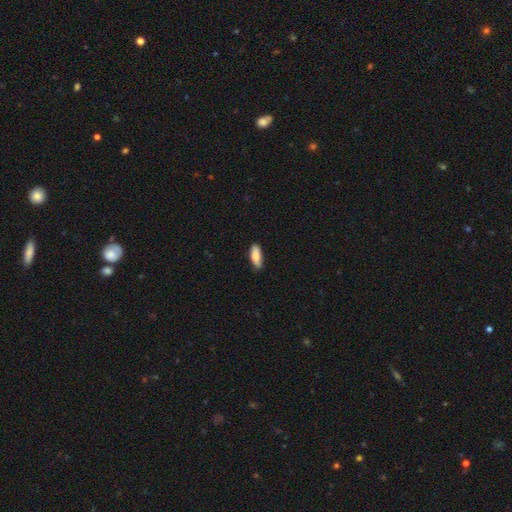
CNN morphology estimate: smooth_or_featured: smooth (p=0.85) [alt: featured or disk p=0.09]
how_rounded: in between (p=0.74) [alt: cigar-shaped p=0.24]
merging: none (p=0.78) [alt: minor disturbance p=0.18]